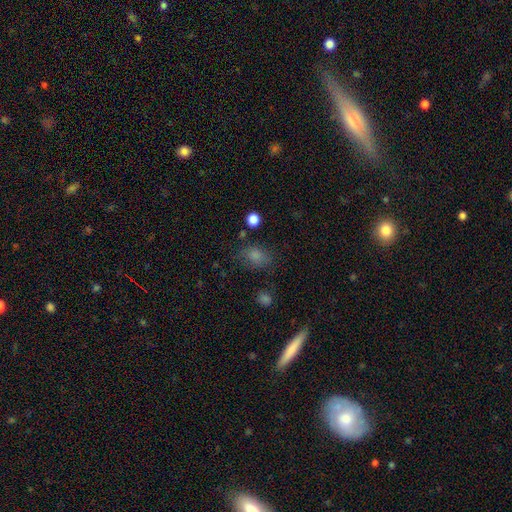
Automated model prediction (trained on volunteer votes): This appears to be a smooth galaxy with no disk features (78%) that is in between round and cigar-shaped (69%). Merging: none (64%).